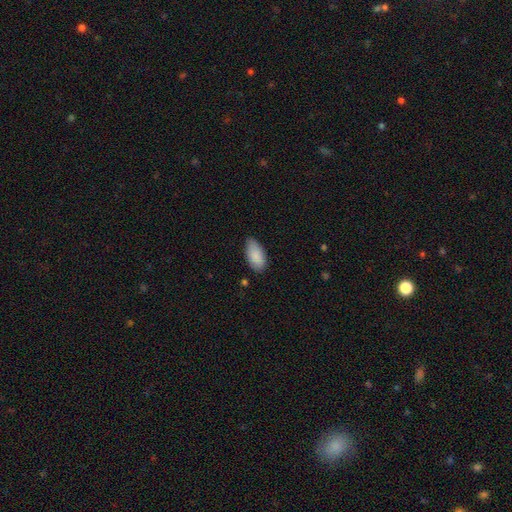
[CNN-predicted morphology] A smooth galaxy with no disk features (88%) that is in between round and cigar-shaped (93%).

Vote fractions:
- Smooth or featured? smooth: 88% / star or artifact: 6% / featured or disk: 6%
- How rounded? in between: 93% / cigar-shaped: 5% / round: 2%
- Merging? none: 74% / minor disturbance: 21% / major disturbance: 3% / merger: 1%